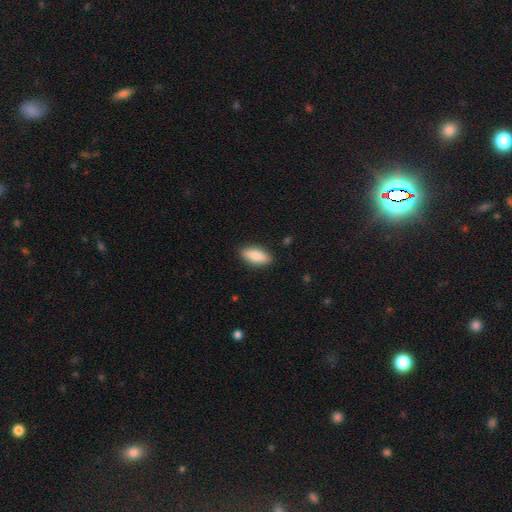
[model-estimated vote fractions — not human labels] Morphology: type=smooth (84%); roundness=in between (79%); merging=none (88%).